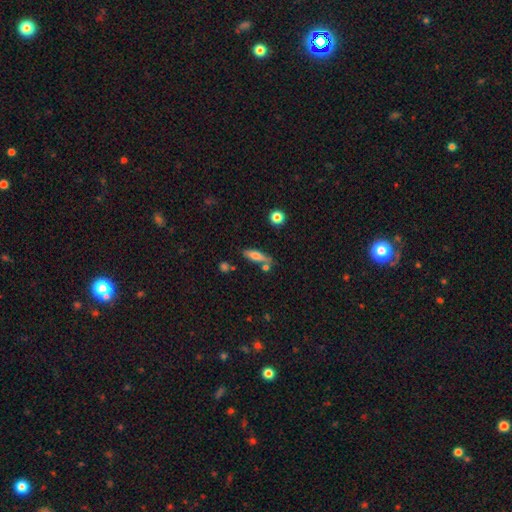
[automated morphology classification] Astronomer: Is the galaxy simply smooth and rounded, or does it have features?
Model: smooth — 66%.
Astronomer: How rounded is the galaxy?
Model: cigar-shaped — 57% (runner-up: in between, 40%).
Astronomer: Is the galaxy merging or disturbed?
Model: none — 68%.